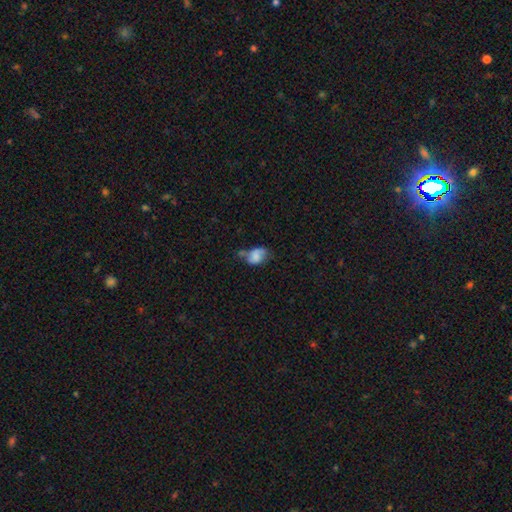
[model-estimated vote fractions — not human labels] A smooth galaxy with no disk features (64%) that is in between round and cigar-shaped (78%).

Vote fractions:
- Smooth or featured? smooth: 64% / featured or disk: 26% / star or artifact: 10%
- How rounded? in between: 78% / round: 20% / cigar-shaped: 2%
- Merging? minor disturbance: 32% (tied) / none: 32% (tied) / major disturbance: 19% / merger: 18%